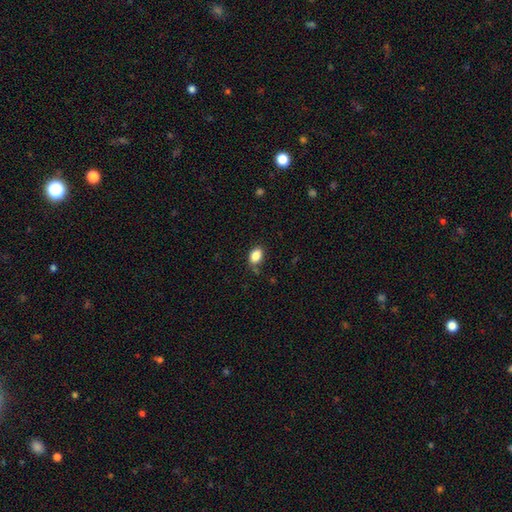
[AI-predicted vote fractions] smooth-or-featured: smooth: 86% | star or artifact: 9% | featured or disk: 5%
  how-rounded: in between: 82% | round: 17% | cigar-shaped: 1%
  merging: none: 73% | minor disturbance: 19% | major disturbance: 4% | merger: 3%